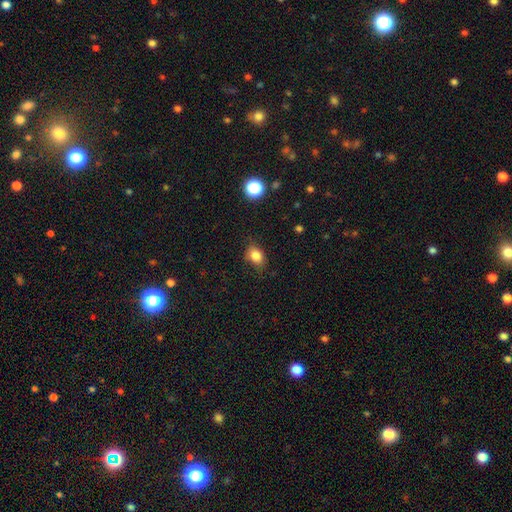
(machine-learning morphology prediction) Q: Smooth or featured?
A: smooth (82%); runner-up: star or artifact (11%)
Q: How rounded?
A: in between (68%); runner-up: round (30%)
Q: Merging?
A: none (75%); runner-up: minor disturbance (20%)